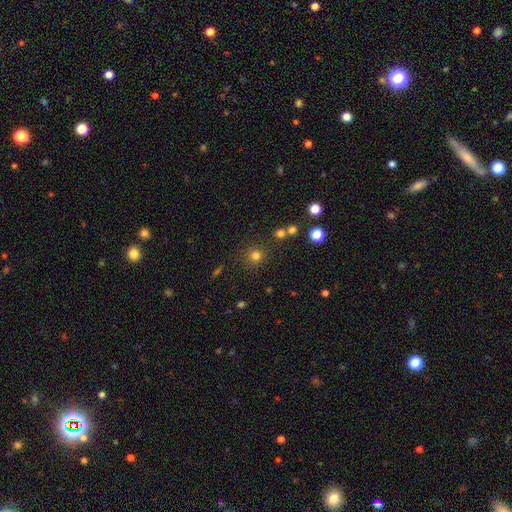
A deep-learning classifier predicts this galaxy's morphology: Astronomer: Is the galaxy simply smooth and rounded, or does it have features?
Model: smooth — 77%.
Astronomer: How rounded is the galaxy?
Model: round — 93%.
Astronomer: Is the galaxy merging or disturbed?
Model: none — 83%.